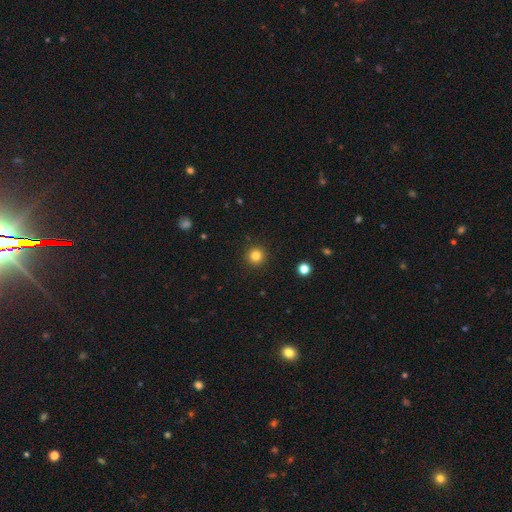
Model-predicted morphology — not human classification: Smooth or featured: smooth — 83% (star or artifact — 12%)
How rounded: round — 95% (in between — 4%)
Merging: none — 92% (minor disturbance — 5%)